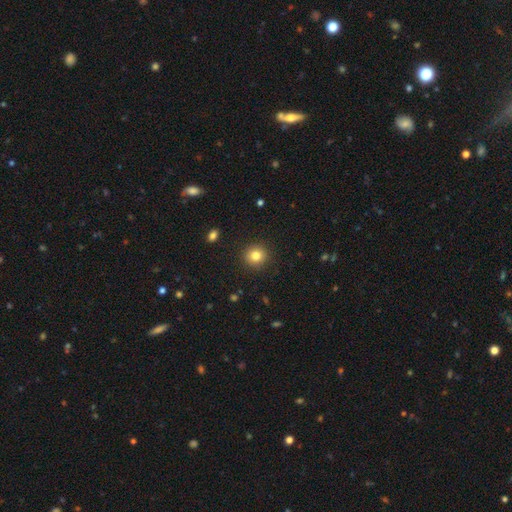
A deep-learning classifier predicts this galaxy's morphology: Overall: smooth (82%). How rounded: round (91%). Merging: none (91%).